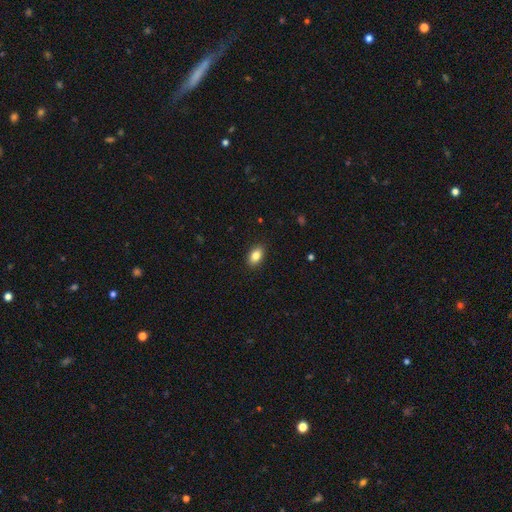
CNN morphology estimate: Q: Smooth or featured?
A: smooth (85%); runner-up: star or artifact (8%)
Q: How rounded?
A: in between (89%); runner-up: round (9%)
Q: Merging?
A: none (89%); runner-up: minor disturbance (8%)